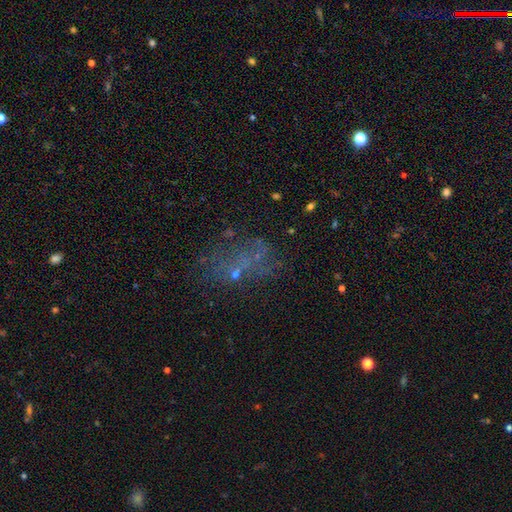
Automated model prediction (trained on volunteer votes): Smooth or featured?
  - featured or disk: 36% *
  - smooth: 32%
  - star or artifact: 32%
Merging?
  - none: 48% *
  - major disturbance: 27%
  - minor disturbance: 17%
  - merger: 8%